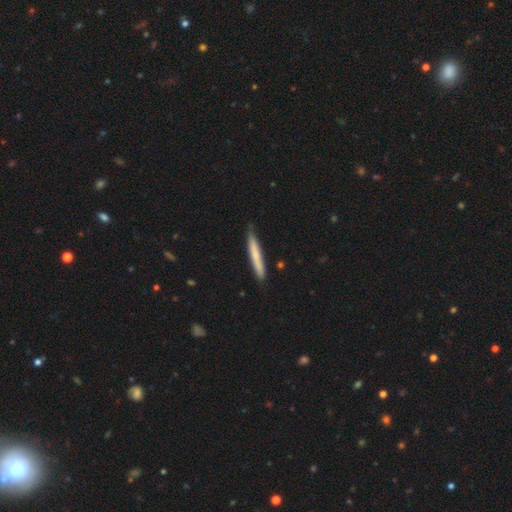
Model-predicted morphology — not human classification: Smooth or featured?
  - smooth: 68% *
  - featured or disk: 27%
  - star or artifact: 5%
How rounded?
  - cigar-shaped: 96% *
  - in between: 3%
  - round: 1%
Merging?
  - none: 81% *
  - minor disturbance: 16%
  - major disturbance: 2%
  - merger: 2%